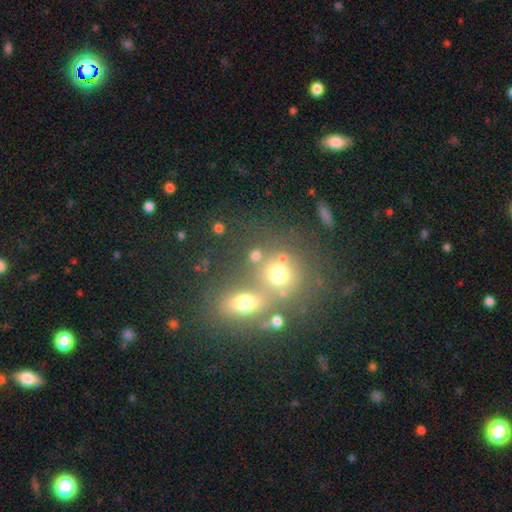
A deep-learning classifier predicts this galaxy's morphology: smooth 69%, star or artifact 20%, featured or disk 11%. Down the decision tree: how rounded — round (75%); merging — none (55%).